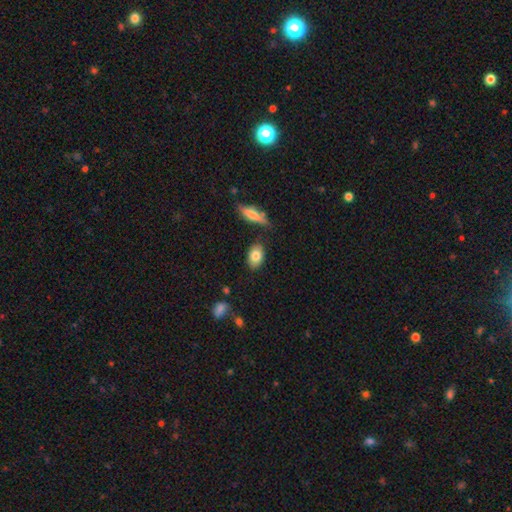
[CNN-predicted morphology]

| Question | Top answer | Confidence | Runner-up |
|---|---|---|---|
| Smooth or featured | smooth | 80% | featured or disk (13%) |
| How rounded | in between | 88% | round (9%) |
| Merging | none | 79% | minor disturbance (14%) |